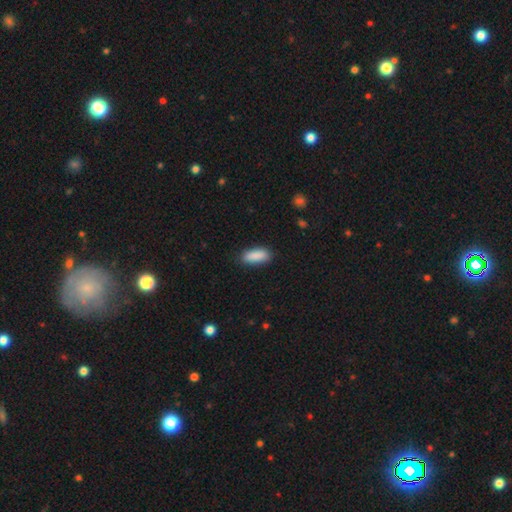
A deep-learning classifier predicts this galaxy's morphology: Smooth or featured? Predicted: smooth (p=0.90). How rounded? Predicted: in between (p=0.75). Merging? Predicted: none (p=0.86).